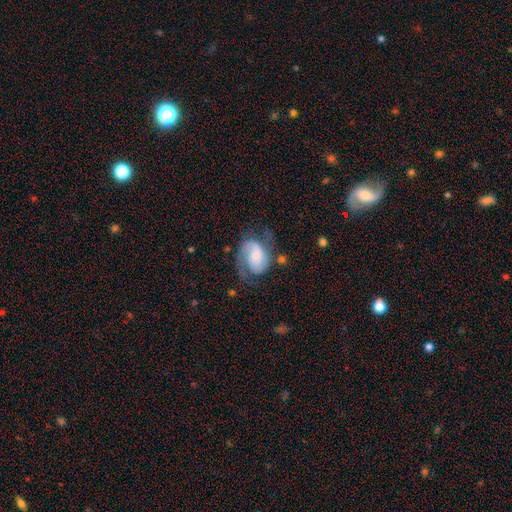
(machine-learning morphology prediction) Smooth or featured?
  - featured or disk: 70% *
  - smooth: 23%
  - star or artifact: 7%
Edge-on disk?
  - no: 98% *
  - yes: 2%
Bar?
  - no: 62% *
  - weak: 30%
  - strong: 8%
Spiral arms?
  - yes: 91% *
  - no: 9%
Spiral winding?
  - medium: 45% *
  - loose: 28%
  - tight: 27%
Spiral arm count?
  - 2: 69% *
  - 1: 19%
  - can't tell: 8%
  - 3: 2%
  - 4: 1%
  - more than 4: 1%
Bulge size?
  - small: 54% *
  - moderate: 30%
  - none: 7%
  - large: 7%
  - dominant: 2%
Merging?
  - none: 49% *
  - minor disturbance: 25%
  - major disturbance: 23%
  - merger: 3%